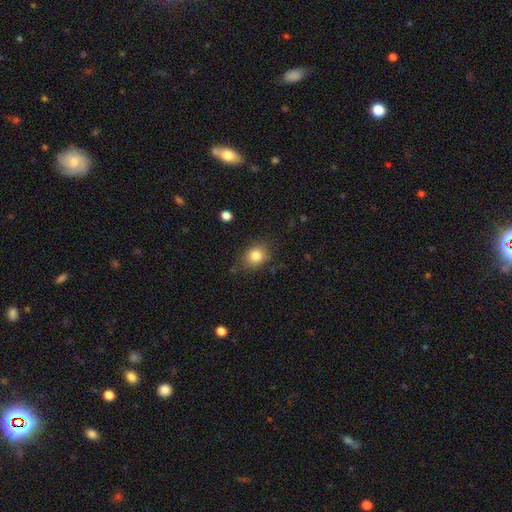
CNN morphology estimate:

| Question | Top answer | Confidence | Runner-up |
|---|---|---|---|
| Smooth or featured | smooth | 83% | star or artifact (10%) |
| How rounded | round | 55% | in between (44%) |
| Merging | none | 79% | minor disturbance (16%) |